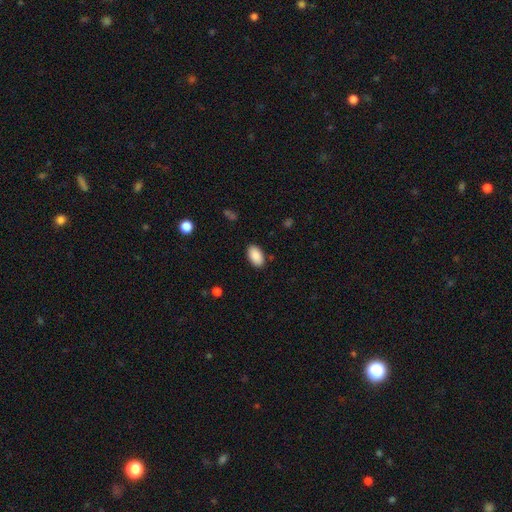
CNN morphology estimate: A smooth galaxy with no disk features (90%) that is in between round and cigar-shaped (94%).

Vote fractions:
- Smooth or featured? smooth: 90% / star or artifact: 7% / featured or disk: 4%
- How rounded? in between: 94% / round: 4% / cigar-shaped: 1%
- Merging? none: 87% / minor disturbance: 10% / major disturbance: 2% / merger: 1%